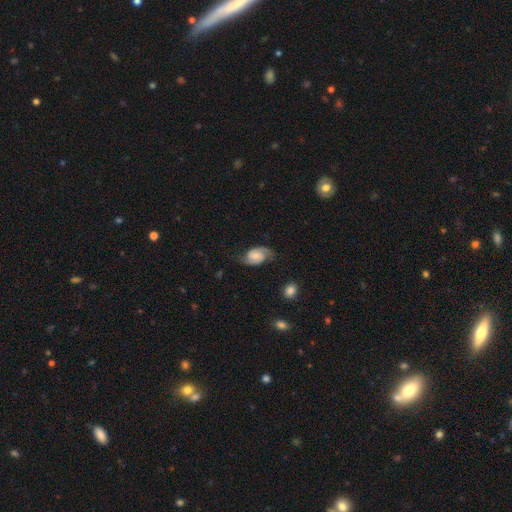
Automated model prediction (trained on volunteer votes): smooth_or_featured: featured or disk (p=0.67) [alt: smooth p=0.26]
disk_edge_on: no (p=0.97) [alt: yes p=0.03]
bar: no (p=0.51) [alt: weak p=0.40]
has_spiral_arms: yes (p=0.93) [alt: no p=0.07]
spiral_winding: medium (p=0.46) [alt: loose p=0.28]
spiral_arm_count: 2 (p=0.88) [alt: can't tell p=0.06]
bulge_size: small (p=0.41) [alt: moderate p=0.36]
merging: none (p=0.66) [alt: minor disturbance p=0.22]